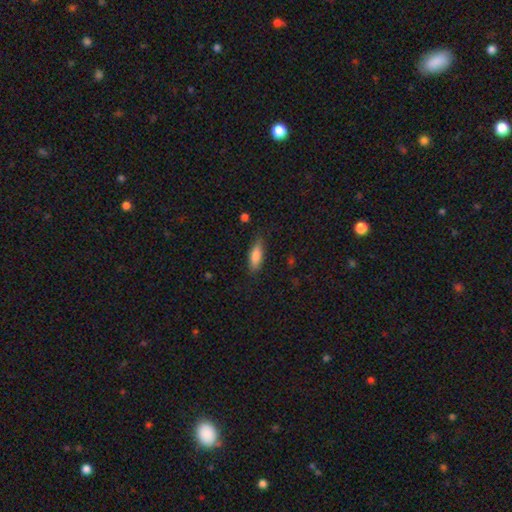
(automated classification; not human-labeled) smooth 82%, featured or disk 12%, star or artifact 7%. Down the decision tree: how rounded — in between (63%); merging — none (80%).